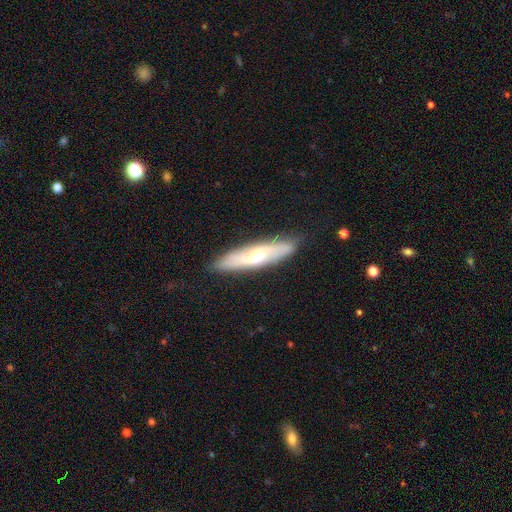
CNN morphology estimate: The model was most divided on "smooth or featured" (2-way tie): smooth: 47%, featured or disk: 47%, star or artifact: 6%. More confident: merging — none (85%).